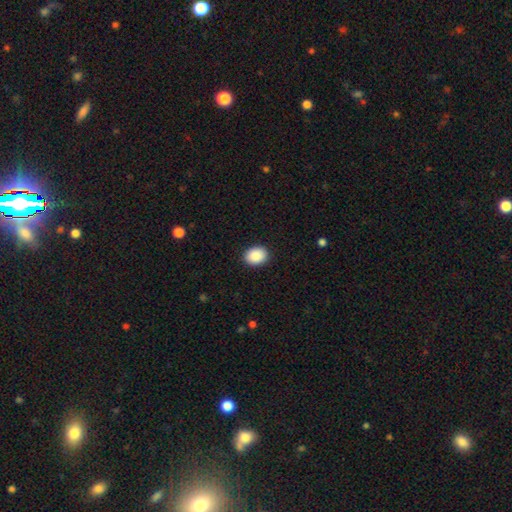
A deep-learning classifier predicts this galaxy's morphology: smooth_or_featured: smooth (p=0.90) [alt: star or artifact p=0.07]
how_rounded: in between (p=0.58) [alt: round p=0.41]
merging: none (p=0.90) [alt: minor disturbance p=0.07]